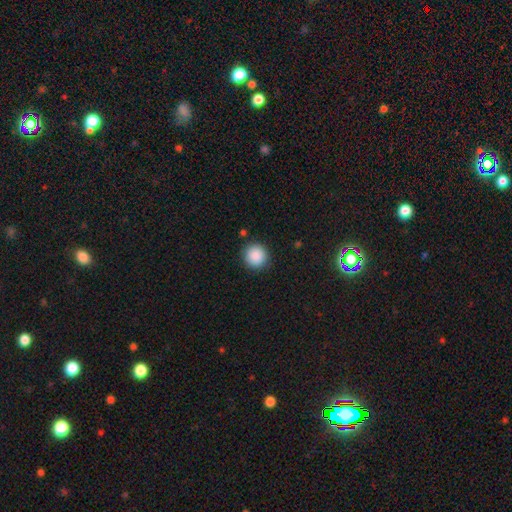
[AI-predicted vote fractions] Morphology: type=smooth (88%); roundness=round (95%); merging=none (90%).